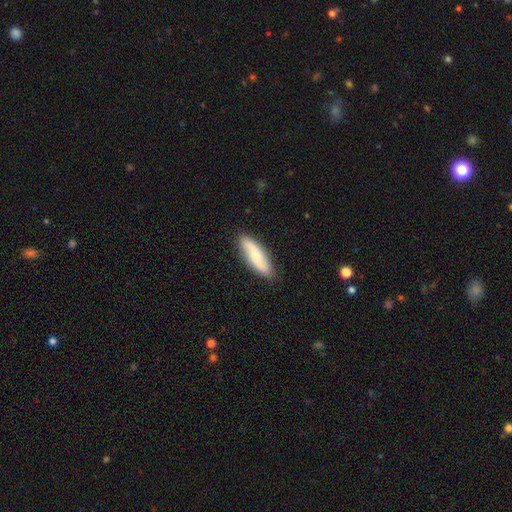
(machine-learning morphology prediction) This appears to be a smooth galaxy with no disk features (56%) that is cigar-shaped (55%). Merging: none (85%).